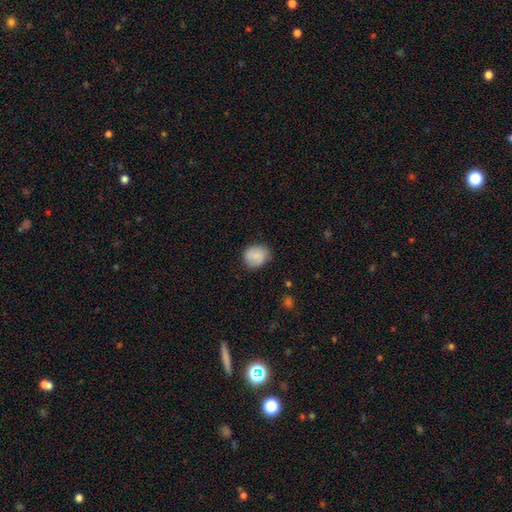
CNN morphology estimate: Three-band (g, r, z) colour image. It shows a smooth galaxy with no disk features (83%) that is round (74%). Merging: none (79%).